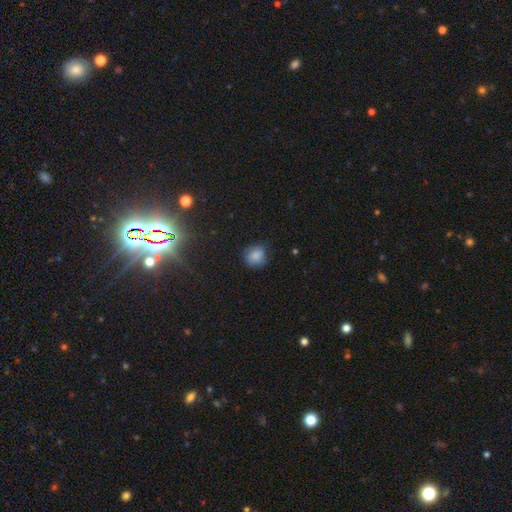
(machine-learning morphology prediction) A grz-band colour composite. It shows a smooth galaxy with no disk features (83%) that is round (78%). Merging: none (75%).